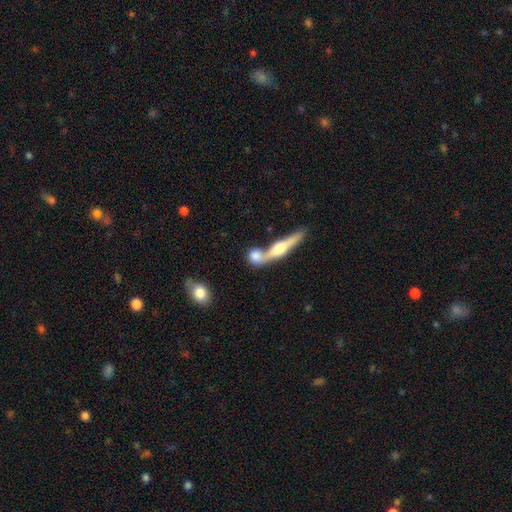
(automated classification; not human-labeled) Morphology: type=smooth (59%); roundness=round (45%); merging=merger (49%).